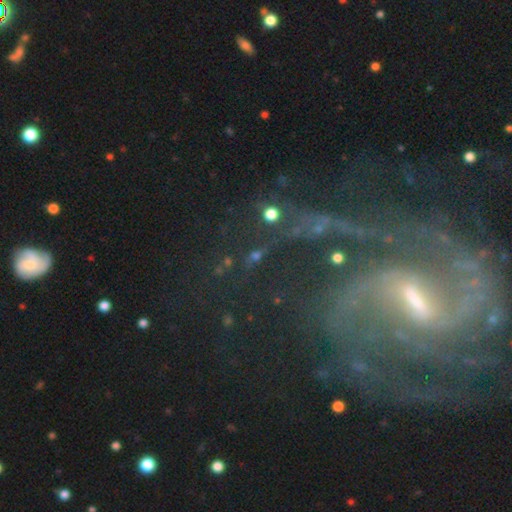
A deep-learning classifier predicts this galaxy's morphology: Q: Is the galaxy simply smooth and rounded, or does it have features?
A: star or artifact — 50%.